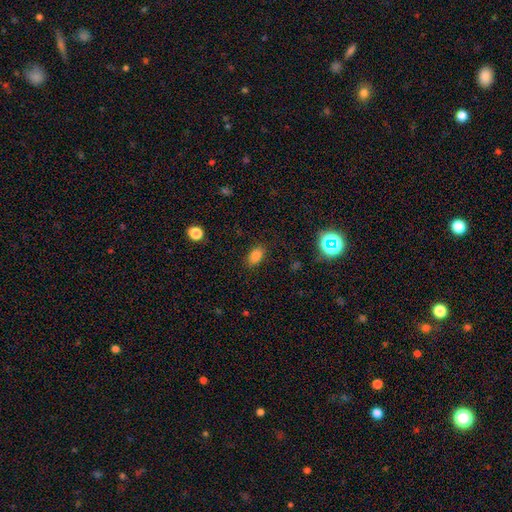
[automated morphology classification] type=smooth (81%); roundness=in between (86%); merging=none (85%).